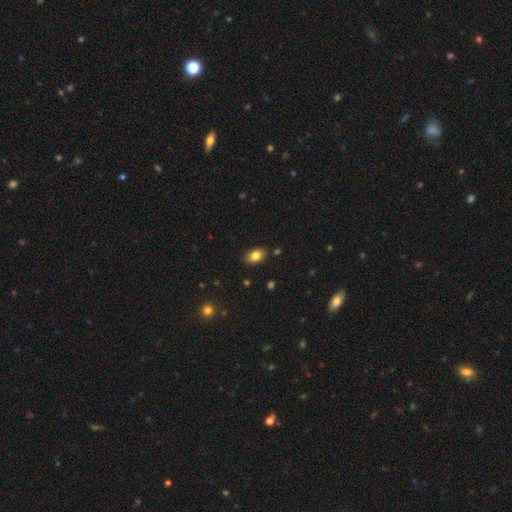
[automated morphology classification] Overall: smooth (80%). How rounded: in between (87%). Merging: none (85%).